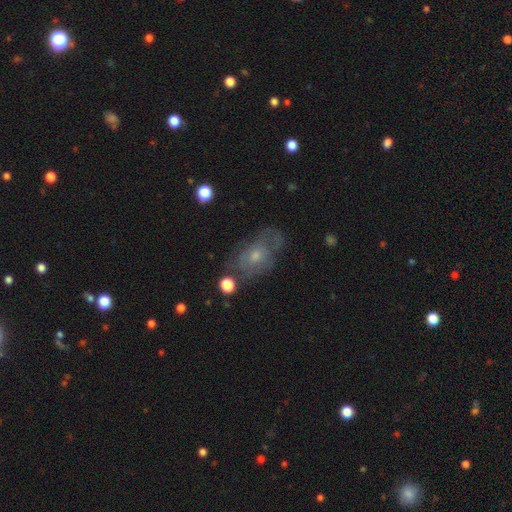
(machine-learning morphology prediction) Q: Smooth or featured?
A: featured or disk (52%); runner-up: smooth (37%)
Q: Edge-on disk?
A: no (94%); runner-up: yes (6%)
Q: Merging?
A: none (57%); runner-up: minor disturbance (24%)